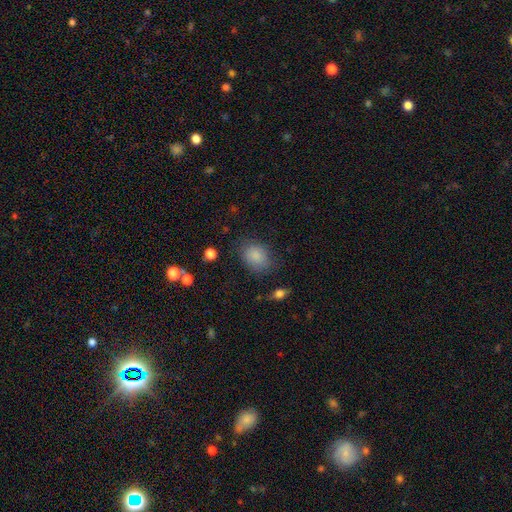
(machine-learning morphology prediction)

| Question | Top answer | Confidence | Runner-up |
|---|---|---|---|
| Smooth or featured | smooth | 85% | star or artifact (9%) |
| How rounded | in between | 62% | round (36%) |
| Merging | none | 72% | minor disturbance (20%) |